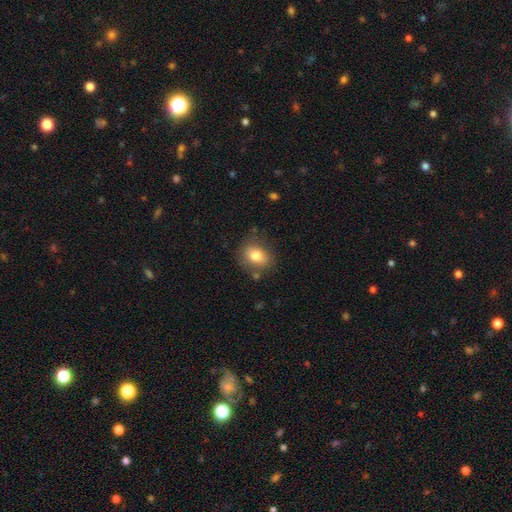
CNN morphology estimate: A smooth galaxy with no disk features (79%) that is in between round and cigar-shaped (60%).

Vote fractions:
- Smooth or featured? smooth: 79% / featured or disk: 12% / star or artifact: 9%
- How rounded? in between: 60% / round: 39% / cigar-shaped: 1%
- Merging? none: 72% / minor disturbance: 18% / major disturbance: 5% / merger: 4%